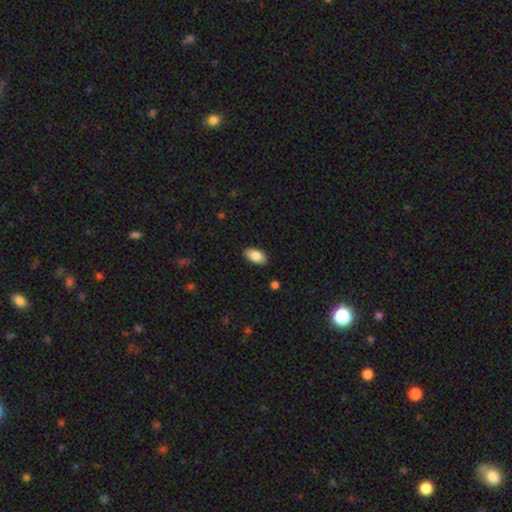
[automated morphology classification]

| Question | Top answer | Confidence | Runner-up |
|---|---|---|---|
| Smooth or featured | smooth | 84% | featured or disk (9%) |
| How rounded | in between | 94% | round (3%) |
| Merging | none | 89% | minor disturbance (8%) |